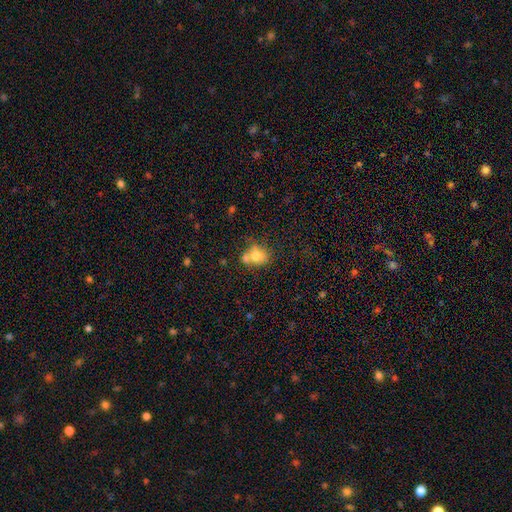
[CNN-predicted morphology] Smooth or featured? Predicted: smooth (p=0.71). How rounded? Predicted: round (p=0.62). Merging? Predicted: none (p=0.42).